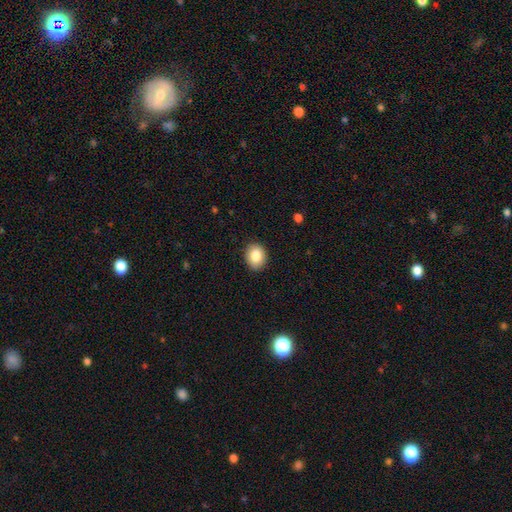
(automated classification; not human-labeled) Morphology: type=smooth (85%); roundness=round (50%); merging=none (90%).